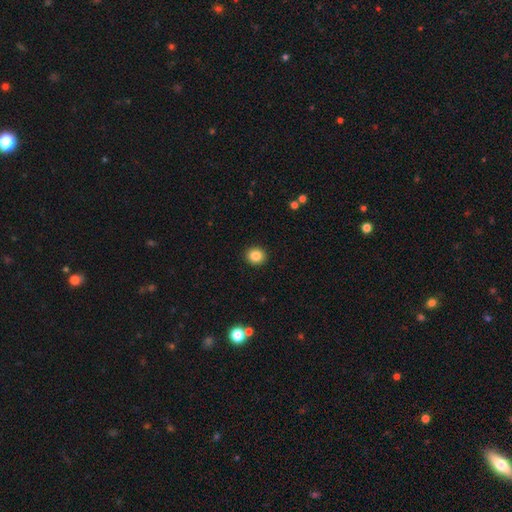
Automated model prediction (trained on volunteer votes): Smooth or featured? Predicted: smooth (p=0.85). How rounded? Predicted: round (p=0.85). Merging? Predicted: none (p=0.92).